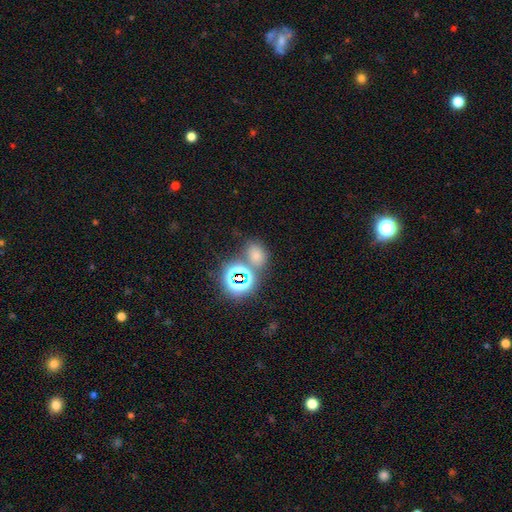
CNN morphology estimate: A smooth galaxy with no disk features (59%) that is in between round and cigar-shaped (56%).

Vote fractions:
- Smooth or featured? smooth: 59% / star or artifact: 33% / featured or disk: 7%
- How rounded? in between: 56% / round: 42% / cigar-shaped: 1%
- Merging? none: 61% / merger: 21% / minor disturbance: 12% / major disturbance: 5%